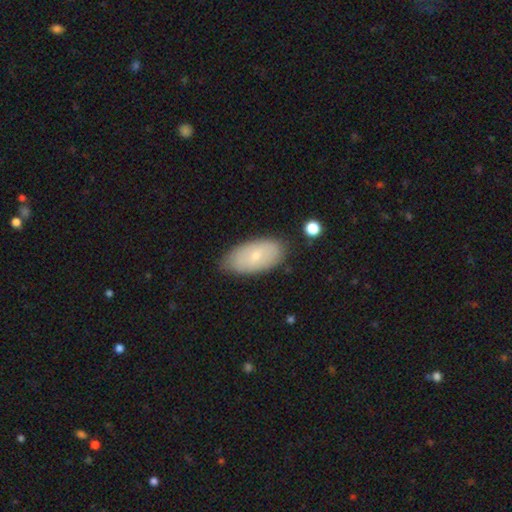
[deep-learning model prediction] Overall: smooth (66%; featured or disk 27%). How rounded: in between (94%). Merging: none (77%).